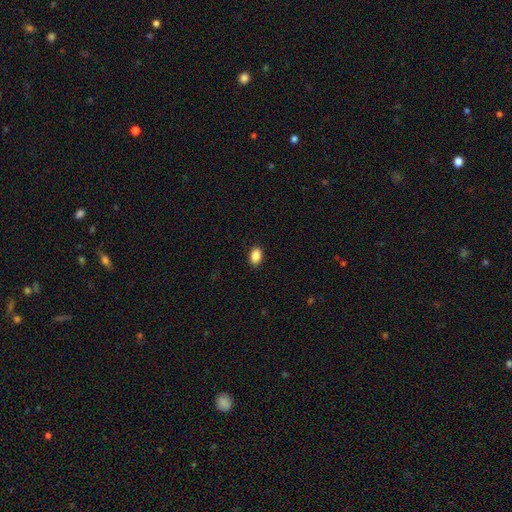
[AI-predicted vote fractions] A smooth galaxy with no disk features (88%) that is in between round and cigar-shaped (83%). Merging: none (90%).